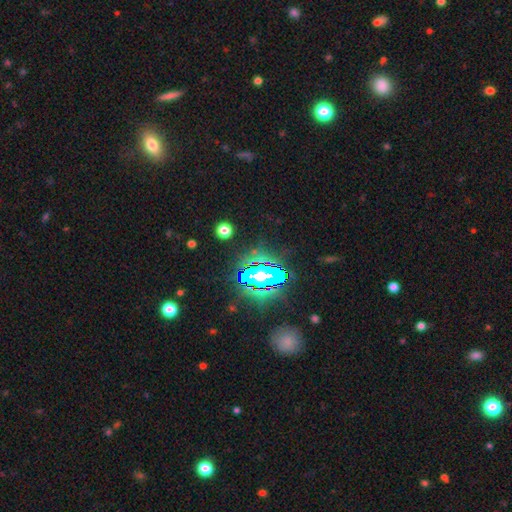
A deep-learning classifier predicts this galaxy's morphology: Smooth or featured?
  - star or artifact: 79% *
  - smooth: 11%
  - featured or disk: 9%